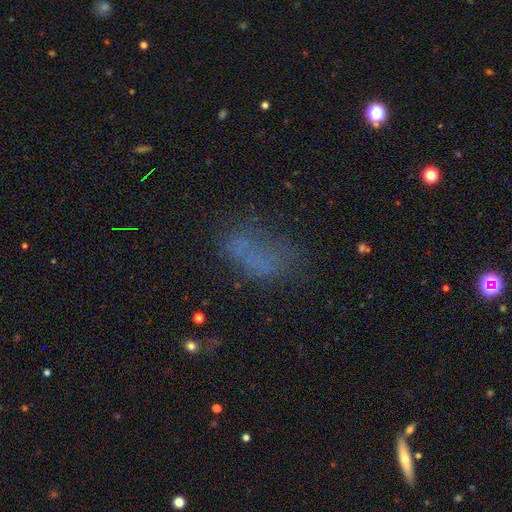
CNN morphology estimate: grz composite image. It shows a smooth galaxy with no disk features (53%) that is in between round and cigar-shaped (82%). Merging: none (44%).